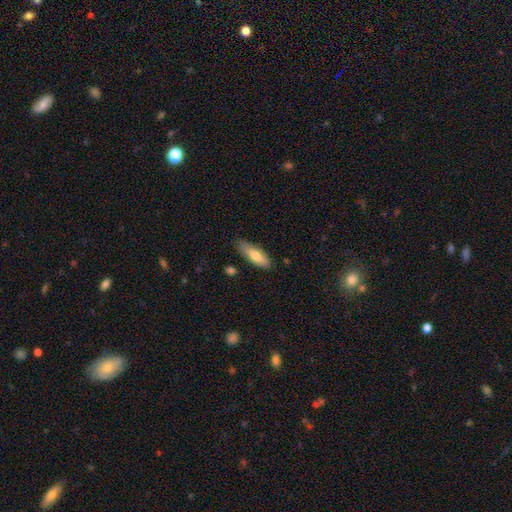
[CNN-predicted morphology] A smooth galaxy with no disk features (75%) that is in between round and cigar-shaped (56%).

Vote fractions:
- Smooth or featured? smooth: 75% / featured or disk: 19% / star or artifact: 6%
- How rounded? in between: 56% / cigar-shaped: 43% / round: 2%
- Merging? none: 78% / minor disturbance: 17% / major disturbance: 3% / merger: 2%